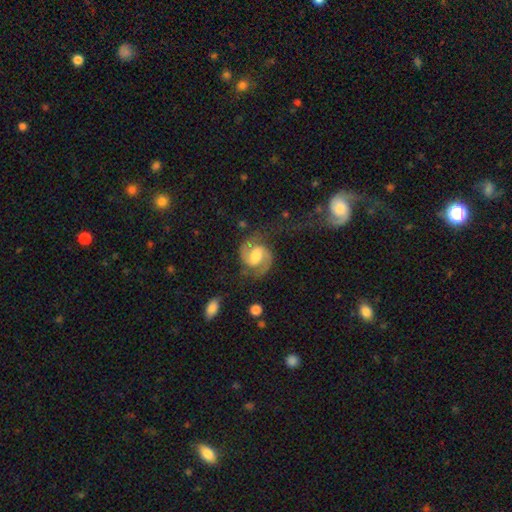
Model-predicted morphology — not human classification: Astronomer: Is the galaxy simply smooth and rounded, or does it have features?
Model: featured or disk — 88%.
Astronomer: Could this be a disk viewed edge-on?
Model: no — 98%.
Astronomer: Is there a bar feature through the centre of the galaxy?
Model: weak — 52% (runner-up: no, 30%).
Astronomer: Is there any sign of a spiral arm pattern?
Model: yes — 97%.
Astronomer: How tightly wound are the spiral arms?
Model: medium — 57%.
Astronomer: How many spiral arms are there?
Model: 2 — 93%.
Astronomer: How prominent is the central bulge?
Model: moderate — 57%.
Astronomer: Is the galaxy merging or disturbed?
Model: none — 68%.